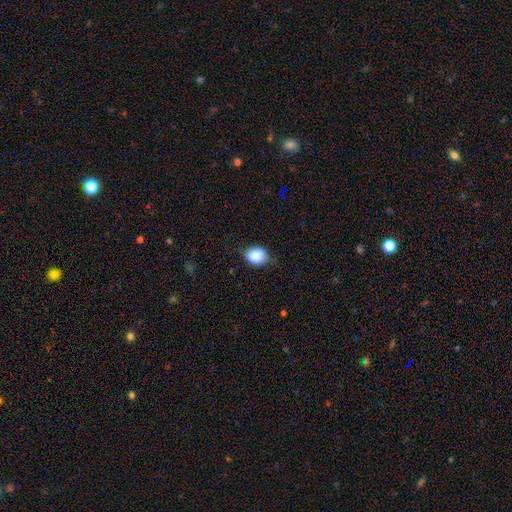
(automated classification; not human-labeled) Smooth or featured: smooth — 86% (star or artifact — 8%)
How rounded: in between — 50% (round — 49%)
Merging: none — 74% (minor disturbance — 20%)